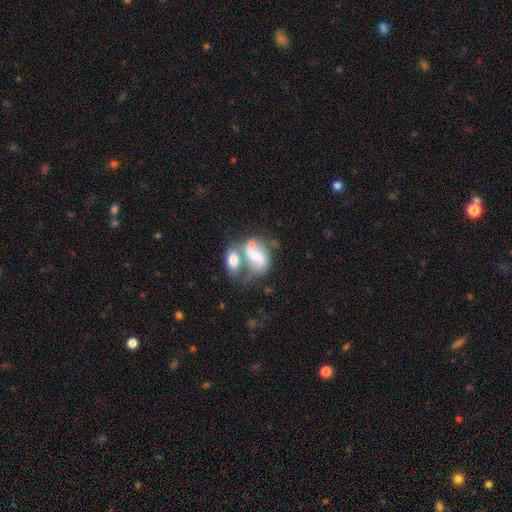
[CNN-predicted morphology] smooth-or-featured: featured or disk: 58% | smooth: 34% | star or artifact: 8%
  disk-edge-on: no: 96% | yes: 4%
    bar: no: 47% | weak: 35% | strong: 19%
    has-spiral-arms: yes: 71% | no: 29%
    bulge-size: moderate: 46% | small: 38% | large: 7% | none: 6% | dominant: 2%
  merging: merger: 53% | none: 24% | minor disturbance: 12% | major disturbance: 11%